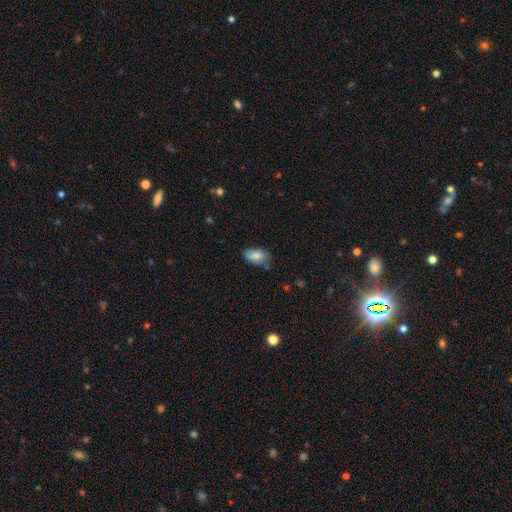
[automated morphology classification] type=smooth (82%); roundness=in between (92%); merging=none (57%).